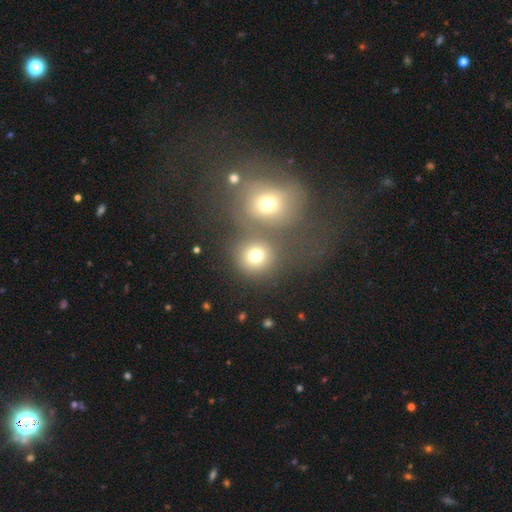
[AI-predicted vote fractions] This appears to be a smooth galaxy with no disk features (74%) that is round (86%). Merging: none (55%).